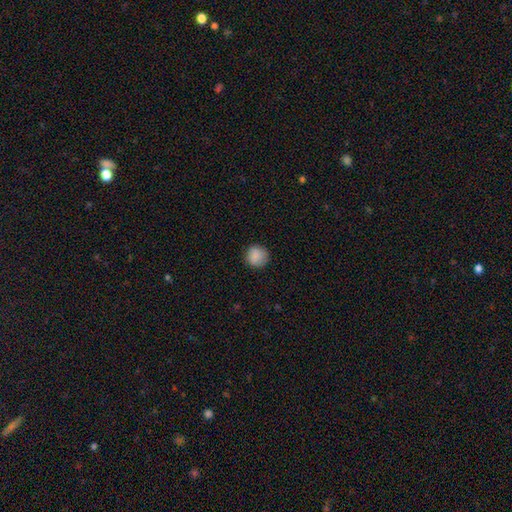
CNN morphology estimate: smooth-or-featured: smooth: 87% | star or artifact: 8% | featured or disk: 5%
  how-rounded: round: 91% | in between: 8% | cigar-shaped: 1%
  merging: none: 86% | minor disturbance: 11% | major disturbance: 3% | merger: 1%